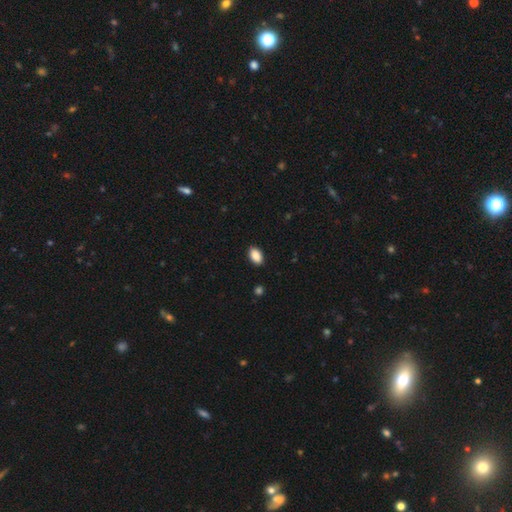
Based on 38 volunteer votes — smooth-or-featured: smooth: 95% | star or artifact: 5% | featured or disk: 0%
  how-rounded: in between: 89% | round: 11% | cigar-shaped: 0%
  merging: none: 92% | minor disturbance: 8% | major disturbance: 0% | merger: 0%